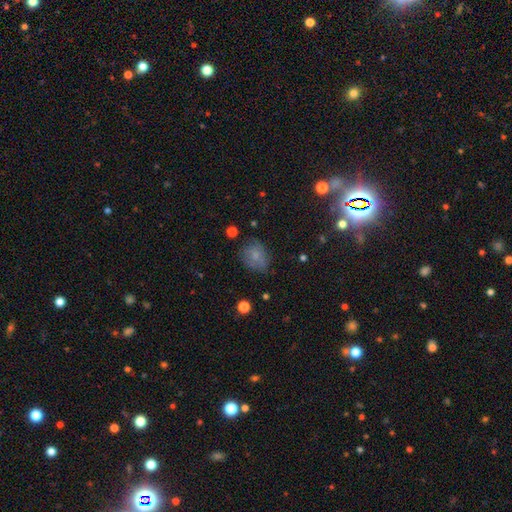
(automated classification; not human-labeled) Smooth or featured? smooth (65%)
How rounded? in between (52%)
Merging? none (62%)